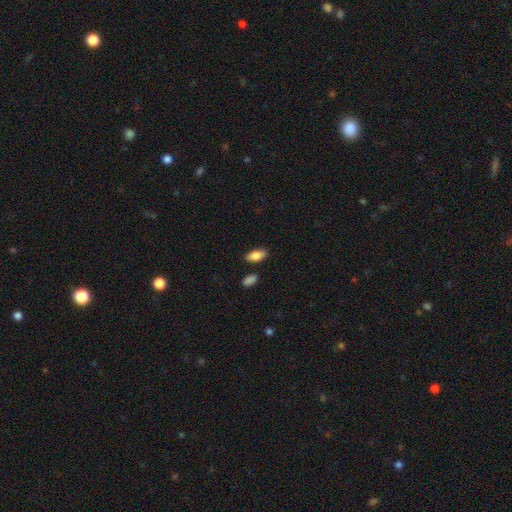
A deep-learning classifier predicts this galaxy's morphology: A smooth galaxy with no disk features (84%) that is in between round and cigar-shaped (88%). Merging: none (84%).